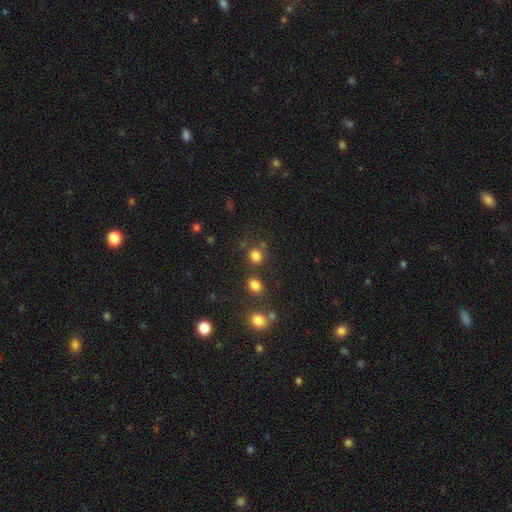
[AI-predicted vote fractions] Smooth or featured: smooth — 80% (star or artifact — 15%)
How rounded: round — 78% (in between — 21%)
Merging: none — 71% (merger — 13%)